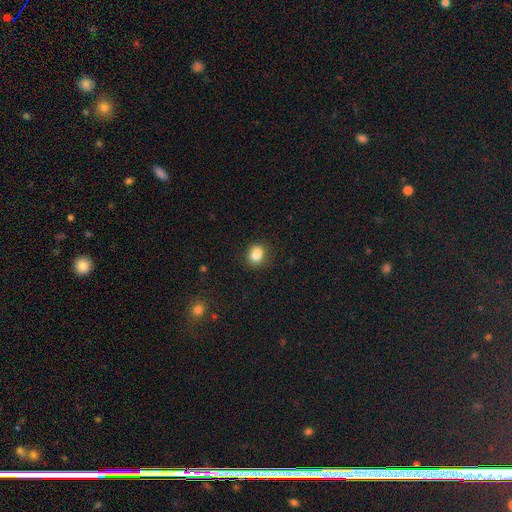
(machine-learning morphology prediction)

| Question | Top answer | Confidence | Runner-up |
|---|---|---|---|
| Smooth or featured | smooth | 81% | star or artifact (10%) |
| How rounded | in between | 51% | round (47%) |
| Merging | none | 62% | merger (17%) |